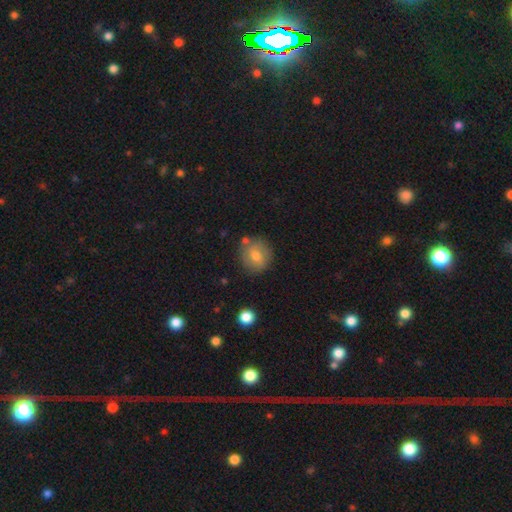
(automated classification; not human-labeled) This appears to be a smooth galaxy with no disk features (69%) that is round (82%). Merging: none (76%).